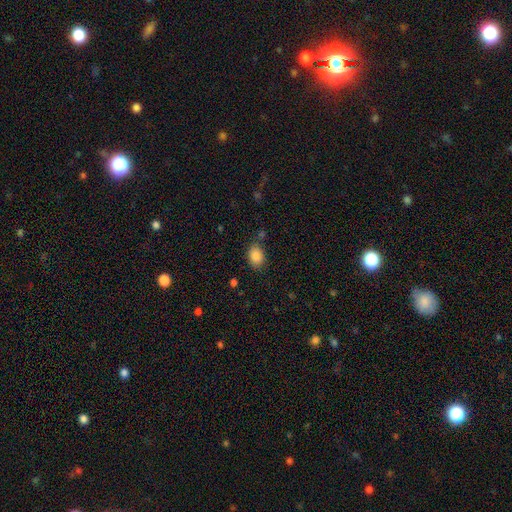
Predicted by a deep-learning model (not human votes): Morphology: type=smooth (87%); roundness=in between (75%); merging=none (77%).